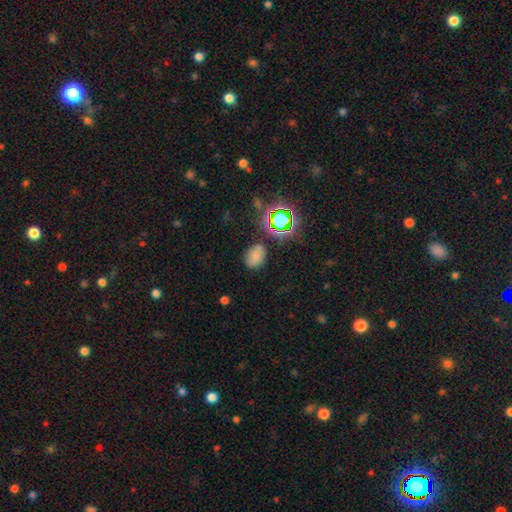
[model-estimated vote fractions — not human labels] Smooth or featured?
  - smooth: 69% *
  - star or artifact: 22%
  - featured or disk: 9%
How rounded?
  - in between: 75% *
  - round: 24%
  - cigar-shaped: 1%
Merging?
  - none: 76% *
  - minor disturbance: 16%
  - major disturbance: 5%
  - merger: 3%